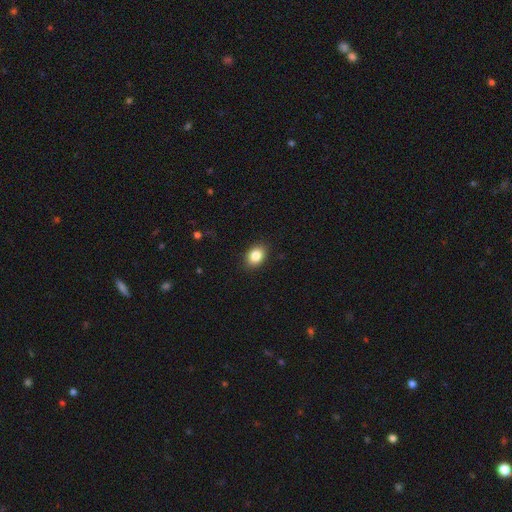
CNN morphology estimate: This appears to be a smooth galaxy with no disk features (85%) that is in between round and cigar-shaped (72%). Merging: none (89%).